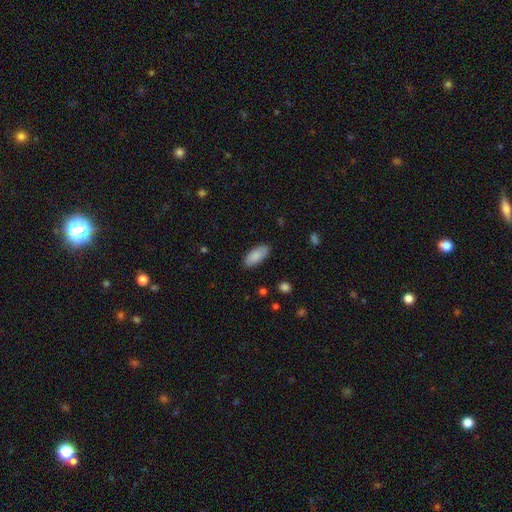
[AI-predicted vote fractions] A smooth galaxy with no disk features (89%) that is in between round and cigar-shaped (87%).

Vote fractions:
- Smooth or featured? smooth: 89% / star or artifact: 6% / featured or disk: 6%
- How rounded? in between: 87% / cigar-shaped: 11% / round: 2%
- Merging? none: 87% / minor disturbance: 10% / major disturbance: 2% / merger: 1%